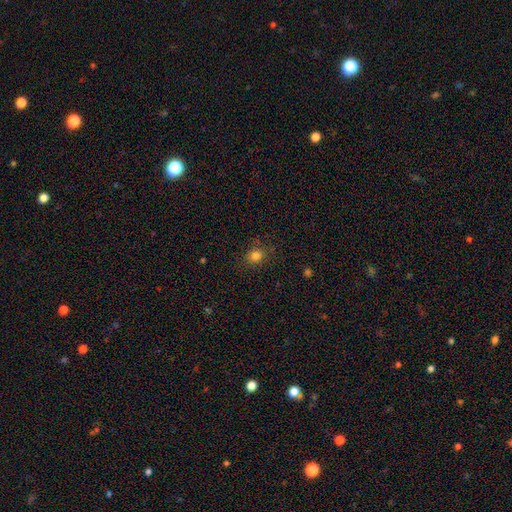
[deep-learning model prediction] This appears to be a smooth galaxy with no disk features (80%) that is round (72%). Merging: none (83%).